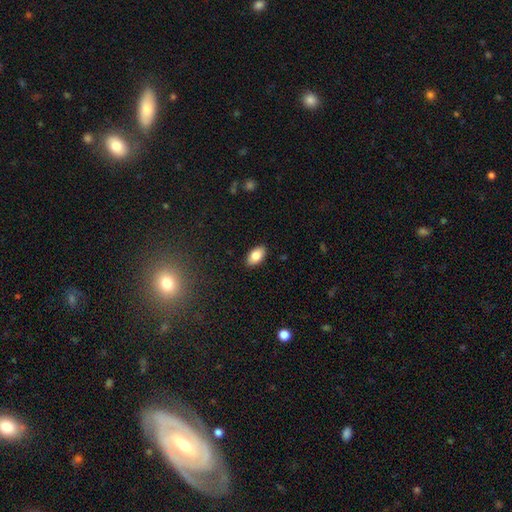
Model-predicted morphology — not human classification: The model was most divided on "smooth or featured": smooth: 83%, featured or disk: 9%, star or artifact: 8%. More confident: how rounded — in between (93%); merging — none (89%).